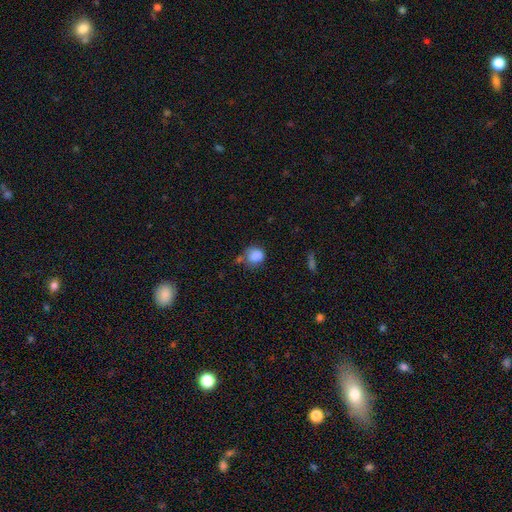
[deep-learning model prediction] Smooth or featured: smooth — 84% (star or artifact — 10%)
How rounded: round — 68% (in between — 31%)
Merging: none — 52% (minor disturbance — 26%)